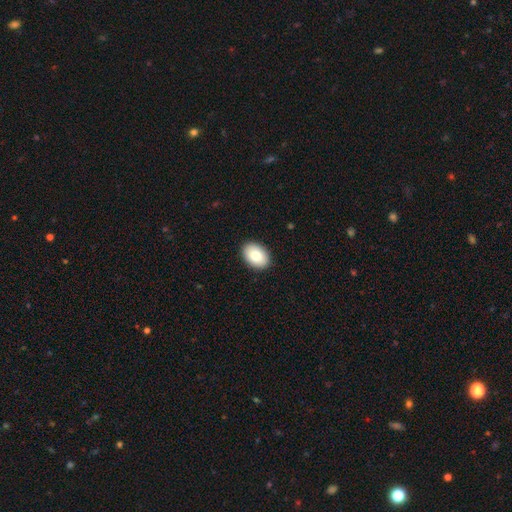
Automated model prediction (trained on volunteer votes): smooth 82%, featured or disk 11%, star or artifact 7%. Down the decision tree: how rounded — in between (82%); merging — none (90%).